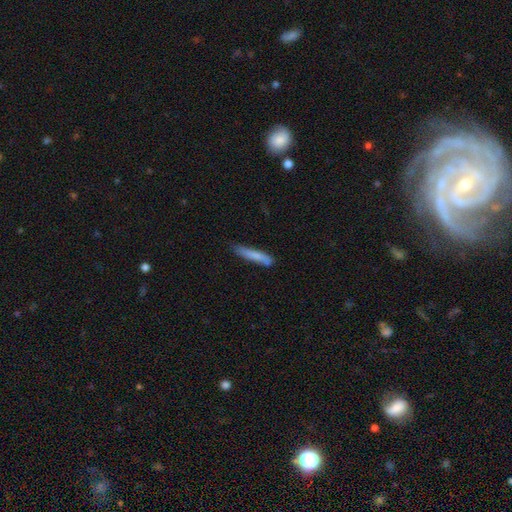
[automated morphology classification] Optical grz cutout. It shows a smooth galaxy with no disk features (74%) that is cigar-shaped (92%). Merging: none (72%).